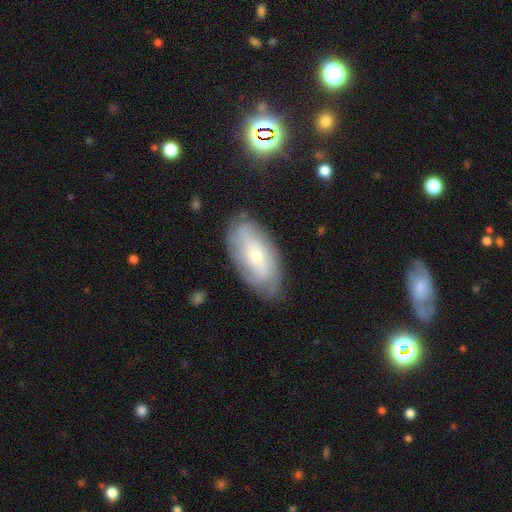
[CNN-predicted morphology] Smooth or featured?
  - featured or disk: 65% *
  - smooth: 28%
  - star or artifact: 7%
Edge-on disk?
  - no: 92% *
  - yes: 8%
Bar?
  - no: 69% *
  - weak: 25%
  - strong: 7%
Spiral arms?
  - yes: 85% *
  - no: 15%
Spiral winding?
  - tight: 55% *
  - medium: 32%
  - loose: 13%
Spiral arm count?
  - can't tell: 45% *
  - 2: 25%
  - 3: 14%
  - 4: 8%
  - 1: 4%
  - more than 4: 4%
Bulge size?
  - small: 63% *
  - moderate: 32%
  - large: 3%
  - none: 1%
  - dominant: 1%
Merging?
  - none: 78% *
  - minor disturbance: 16%
  - major disturbance: 4%
  - merger: 2%